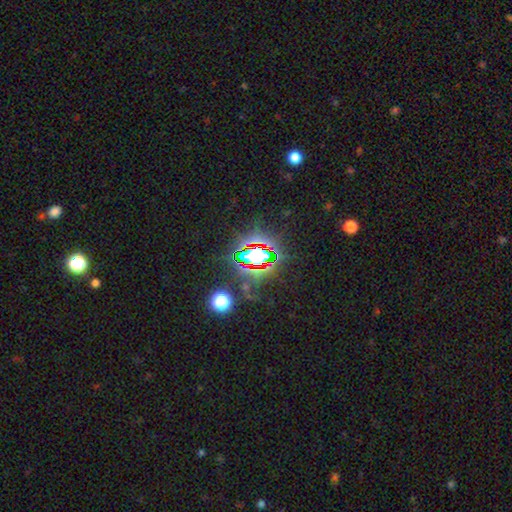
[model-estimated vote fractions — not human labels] Q: Smooth or featured?
A: star or artifact (75%); runner-up: smooth (15%)